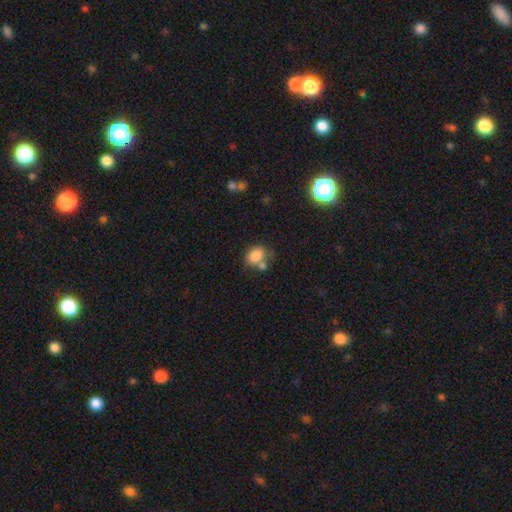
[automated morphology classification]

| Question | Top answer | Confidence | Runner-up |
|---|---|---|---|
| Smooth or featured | smooth | 82% | star or artifact (10%) |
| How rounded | in between | 65% | round (33%) |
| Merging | none | 43% | merger (32%) |